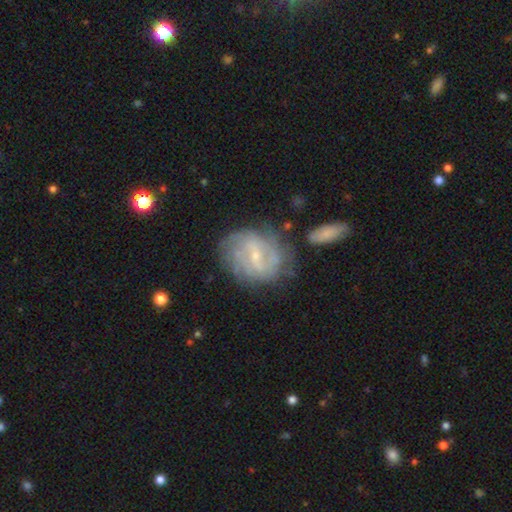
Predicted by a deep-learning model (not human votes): Smooth or featured: featured or disk — 75% (smooth — 18%)
Edge-on disk: no — 97% (yes — 3%)
Bar: weak — 55% (no — 25%)
Spiral arms: yes — 80% (no — 20%)
Spiral winding: tight — 46% (medium — 36%)
Spiral arm count: can't tell — 47% (2 — 26%)
Bulge size: small — 74% (moderate — 20%)
Merging: none — 64% (minor disturbance — 20%)